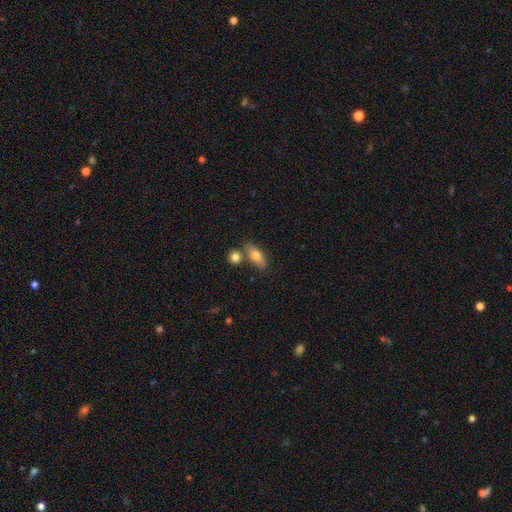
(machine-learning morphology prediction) type=smooth (70%); roundness=in between (70%); merging=none (63%).